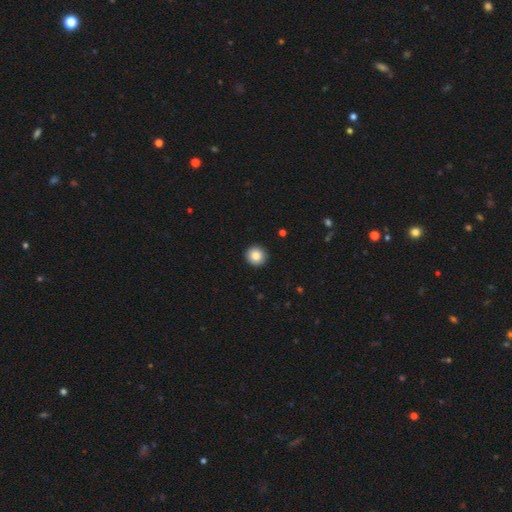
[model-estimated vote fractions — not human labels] Smooth or featured?
  - smooth: 86% *
  - star or artifact: 9%
  - featured or disk: 5%
How rounded?
  - round: 95% *
  - in between: 4%
  - cigar-shaped: 1%
Merging?
  - none: 93% *
  - minor disturbance: 4%
  - major disturbance: 1%
  - merger: 1%